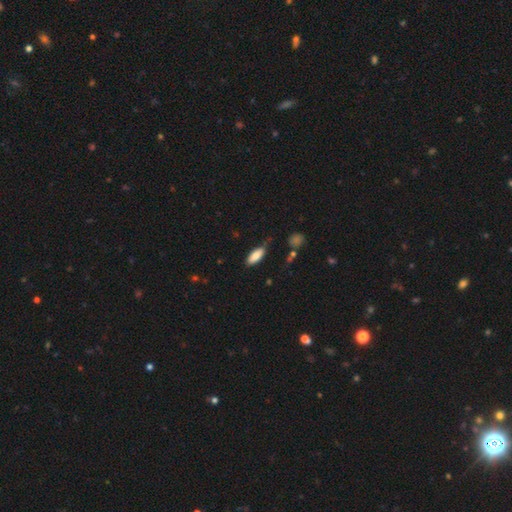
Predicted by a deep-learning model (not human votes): smooth 84%, featured or disk 9%, star or artifact 6%. Down the decision tree: how rounded — in between (77%); merging — none (77%).